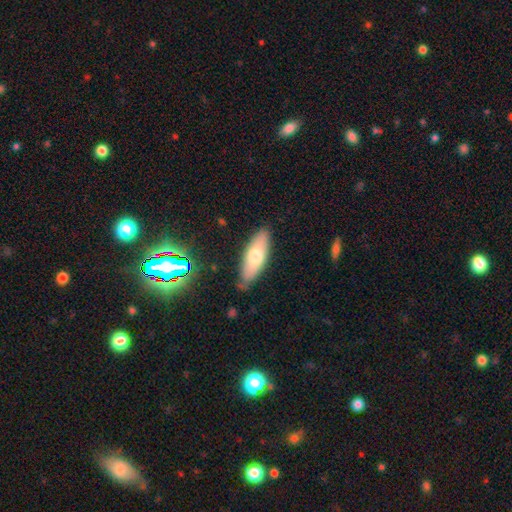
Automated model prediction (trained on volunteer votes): smooth 68%, featured or disk 25%, star or artifact 7%. Down the decision tree: how rounded — in between (63%); merging — none (80%).